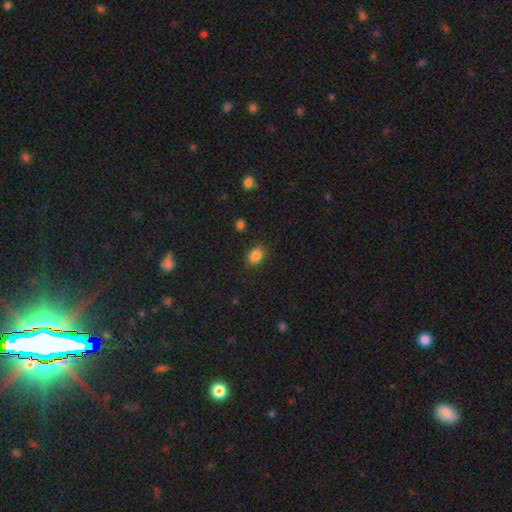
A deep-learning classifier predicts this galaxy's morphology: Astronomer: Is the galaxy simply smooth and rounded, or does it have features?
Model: smooth — 85%.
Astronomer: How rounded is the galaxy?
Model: in between — 54% (runner-up: round, 45%).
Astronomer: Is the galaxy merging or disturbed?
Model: none — 86%.